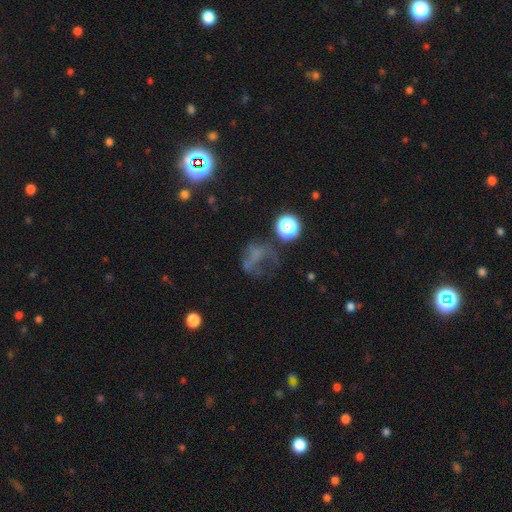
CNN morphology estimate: smooth 37%, star or artifact 32%, featured or disk 31%. Down the decision tree: merging — major disturbance (42%).